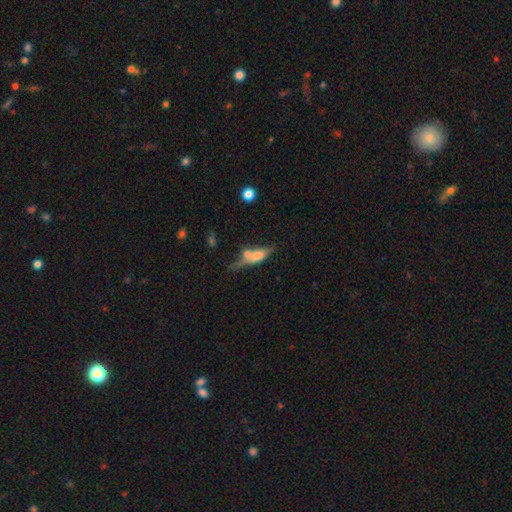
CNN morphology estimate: A smooth galaxy with no disk features (52%) that is cigar-shaped (53%).

Vote fractions:
- Smooth or featured? smooth: 52% / featured or disk: 40% / star or artifact: 8%
- How rounded? cigar-shaped: 53% / in between: 43% / round: 4%
- Merging? none: 37% / merger: 34% / minor disturbance: 19% / major disturbance: 10%